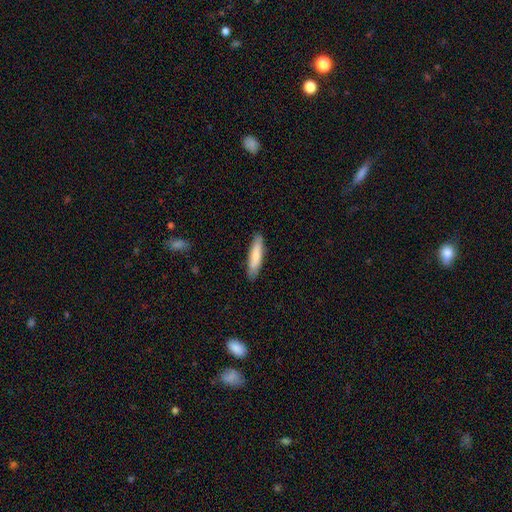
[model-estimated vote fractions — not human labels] This appears to be a smooth galaxy with no disk features (80%) that is cigar-shaped (78%). Merging: none (88%).